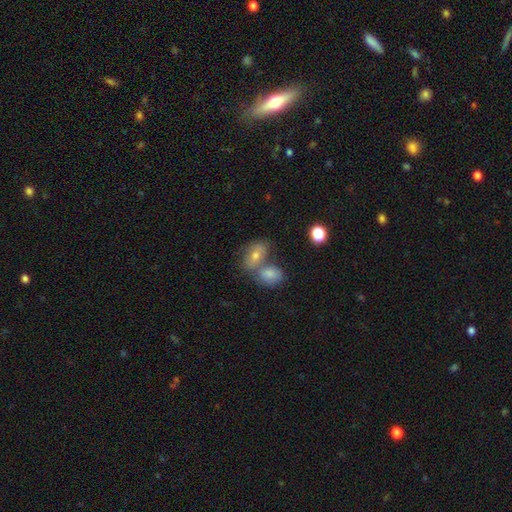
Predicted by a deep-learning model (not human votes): Smooth or featured? smooth (48%)
Merging? merger (47%)